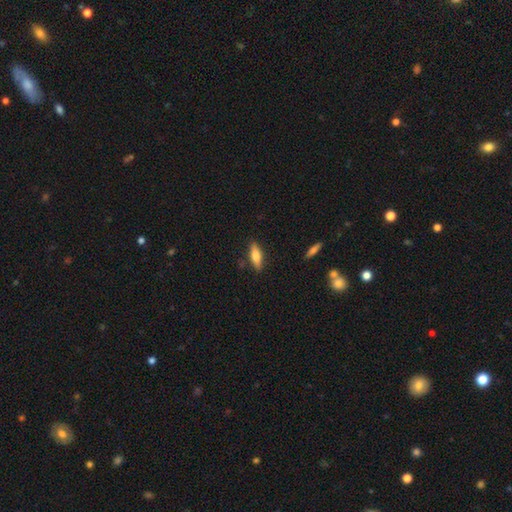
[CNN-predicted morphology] Smooth or featured? Predicted: smooth (p=0.66). How rounded? Predicted: in between (p=0.52). Merging? Predicted: none (p=0.85).